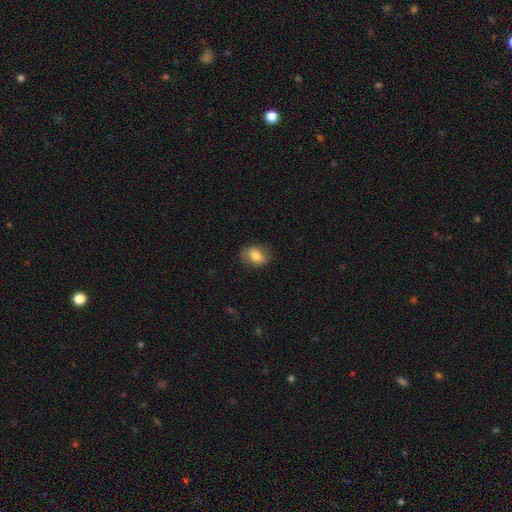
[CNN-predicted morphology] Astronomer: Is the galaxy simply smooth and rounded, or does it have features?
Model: smooth — 80%.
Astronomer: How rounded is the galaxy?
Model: in between — 72%.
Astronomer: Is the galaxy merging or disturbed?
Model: none — 81%.